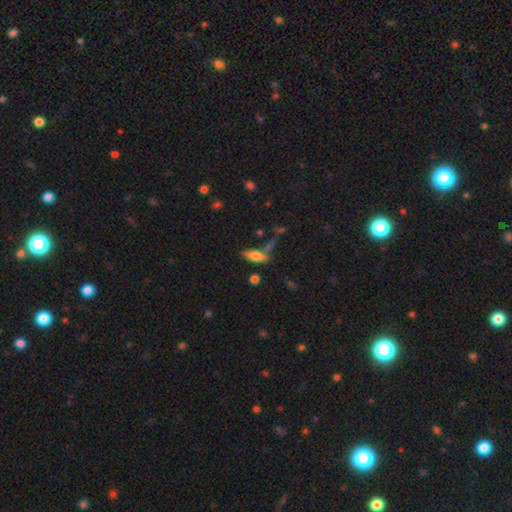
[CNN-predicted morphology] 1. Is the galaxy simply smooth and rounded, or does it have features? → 71% smooth, 20% featured or disk, 8% star or artifact.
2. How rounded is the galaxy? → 59% in between, 39% cigar-shaped, 2% round.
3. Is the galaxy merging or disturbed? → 66% none, 17% minor disturbance, 11% merger, 6% major disturbance.